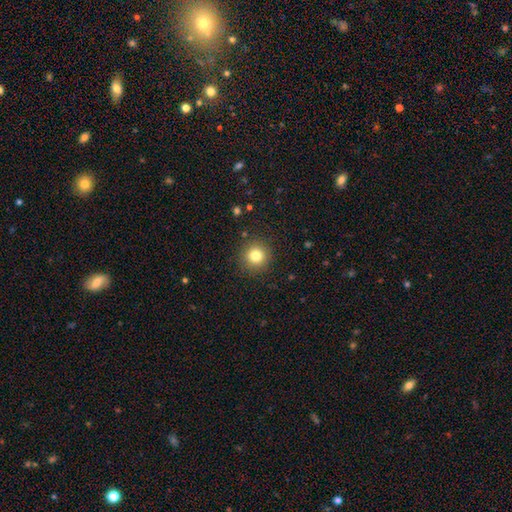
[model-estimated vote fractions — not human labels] Smooth or featured: smooth — 80% (star or artifact — 13%)
How rounded: round — 94% (in between — 5%)
Merging: none — 90% (minor disturbance — 6%)